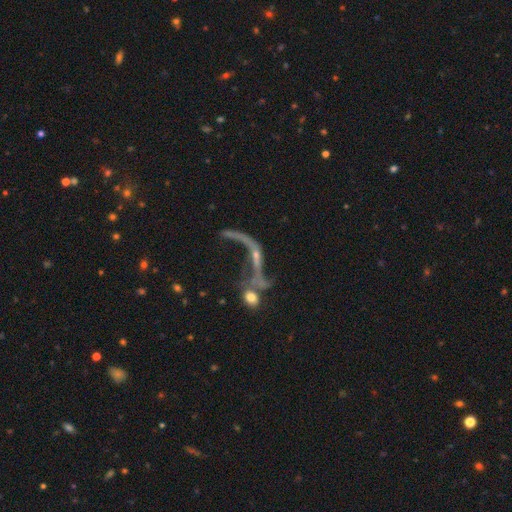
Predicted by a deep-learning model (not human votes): Smooth or featured?
  - featured or disk: 72% *
  - star or artifact: 15%
  - smooth: 14%
Edge-on disk?
  - no: 84% *
  - yes: 16%
Bar?
  - no: 61% *
  - weak: 24%
  - strong: 15%
Spiral arms?
  - yes: 62% *
  - no: 38%
Bulge size?
  - small: 54% *
  - none: 25%
  - moderate: 17%
  - large: 2%
  - dominant: 2%
Merging?
  - merger: 34% *
  - major disturbance: 31%
  - none: 24%
  - minor disturbance: 11%